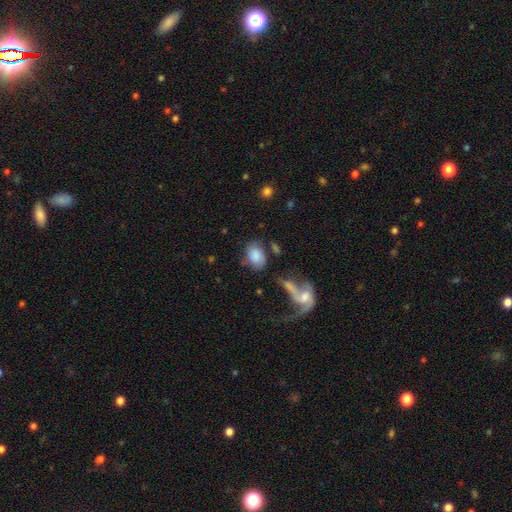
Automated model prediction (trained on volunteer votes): smooth-or-featured: smooth: 77% | featured or disk: 15% | star or artifact: 8%
  how-rounded: in between: 79% | round: 19% | cigar-shaped: 1%
  merging: none: 54% | minor disturbance: 21% | major disturbance: 12% | merger: 12%